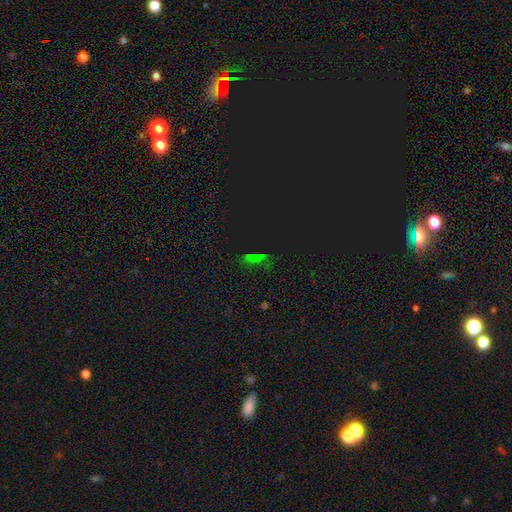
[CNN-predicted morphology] A star or artifact, not a galaxy (60%).

Vote fractions:
- Smooth or featured? star or artifact: 60% / smooth: 30% / featured or disk: 9%